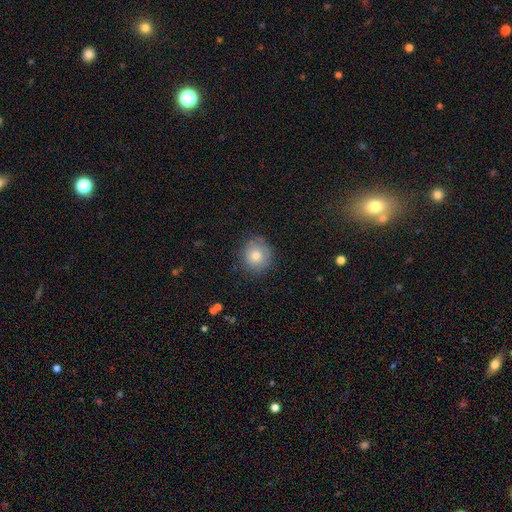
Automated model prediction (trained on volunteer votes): smooth-or-featured: smooth: 74% | featured or disk: 15% | star or artifact: 10%
  how-rounded: round: 90% | in between: 9% | cigar-shaped: 1%
  merging: none: 80% | minor disturbance: 15% | major disturbance: 4% | merger: 1%